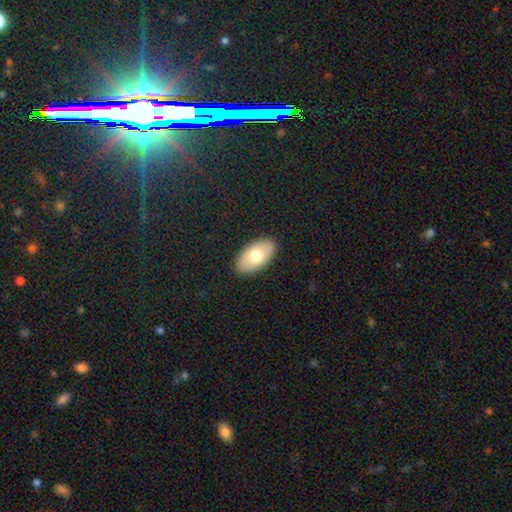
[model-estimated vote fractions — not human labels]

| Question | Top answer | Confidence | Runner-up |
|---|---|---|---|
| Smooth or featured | smooth | 72% | featured or disk (22%) |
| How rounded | in between | 95% | round (3%) |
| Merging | none | 88% | minor disturbance (9%) |